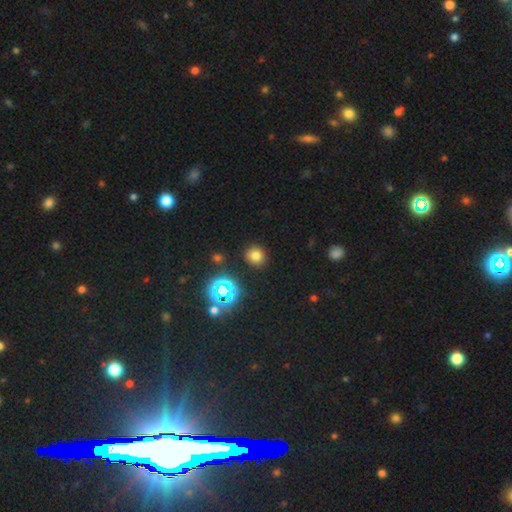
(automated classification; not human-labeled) This is likely a smooth galaxy (70%). How rounded: clearly round (83%). Merging: clearly none (88%).